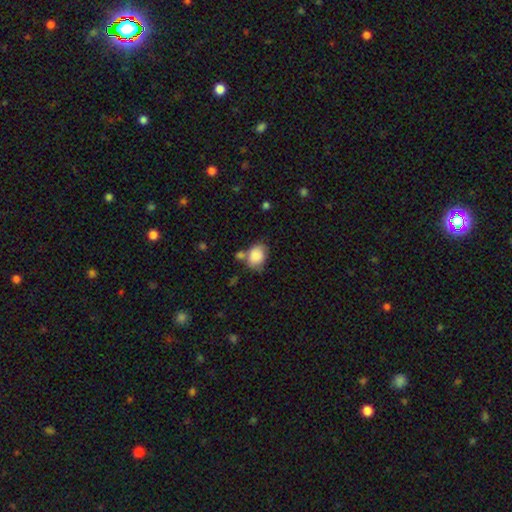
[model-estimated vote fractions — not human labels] Q: Smooth or featured?
A: smooth (85%); runner-up: featured or disk (8%)
Q: How rounded?
A: in between (61%); runner-up: round (38%)
Q: Merging?
A: none (51%); runner-up: minor disturbance (23%)